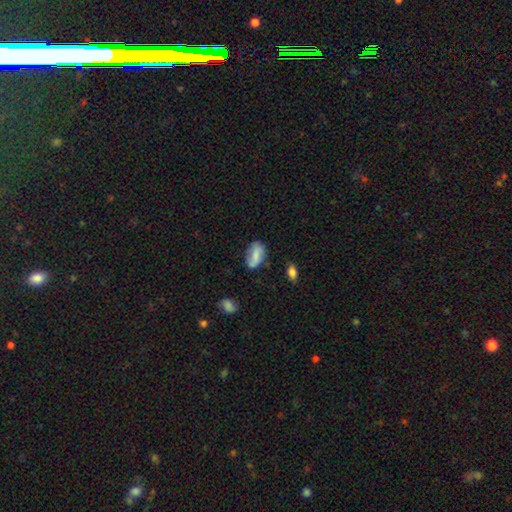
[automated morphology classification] Smooth or featured?
  - smooth: 72% *
  - featured or disk: 20%
  - star or artifact: 8%
How rounded?
  - in between: 91% *
  - round: 5%
  - cigar-shaped: 3%
Merging?
  - none: 63% *
  - minor disturbance: 27%
  - major disturbance: 7%
  - merger: 3%